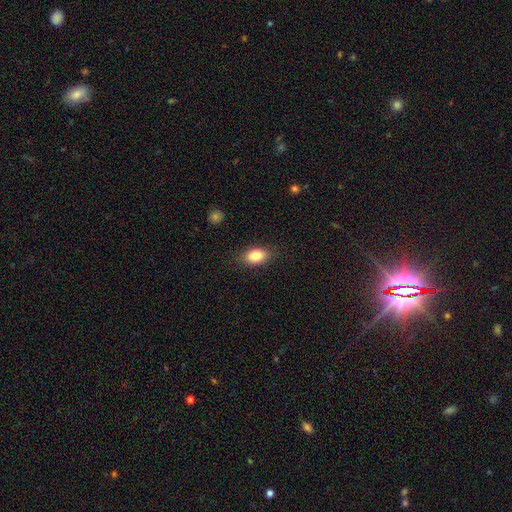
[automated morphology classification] Q: Smooth or featured?
A: smooth (84%); runner-up: star or artifact (8%)
Q: How rounded?
A: in between (85%); runner-up: round (13%)
Q: Merging?
A: none (85%); runner-up: minor disturbance (11%)